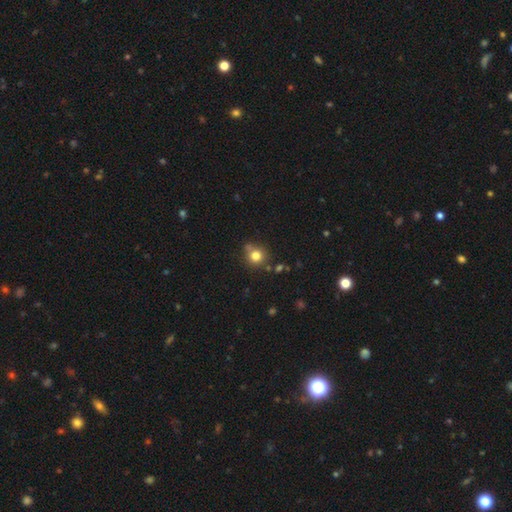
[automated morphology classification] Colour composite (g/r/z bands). It shows a smooth galaxy with no disk features (79%) that is round (86%). Merging: none (69%).